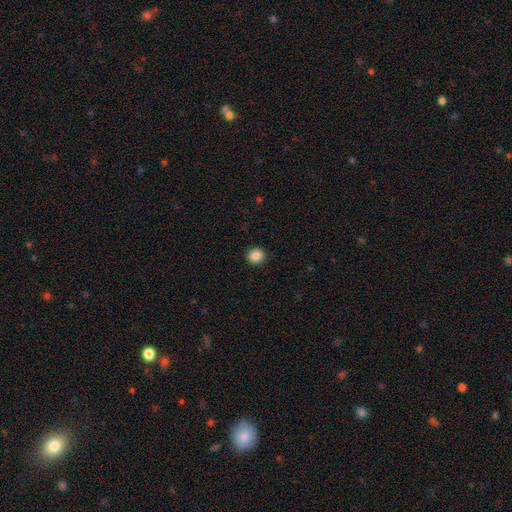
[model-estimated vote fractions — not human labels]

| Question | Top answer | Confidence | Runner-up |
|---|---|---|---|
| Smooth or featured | smooth | 87% | star or artifact (10%) |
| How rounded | round | 92% | in between (7%) |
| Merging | none | 92% | minor disturbance (5%) |